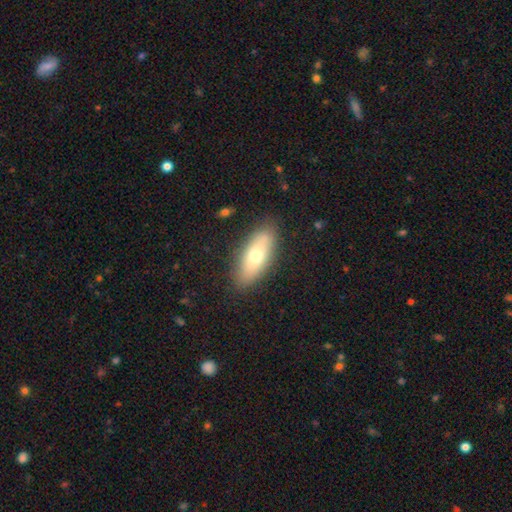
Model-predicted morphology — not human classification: Smooth or featured? smooth (66%)
How rounded? in between (73%)
Merging? none (85%)